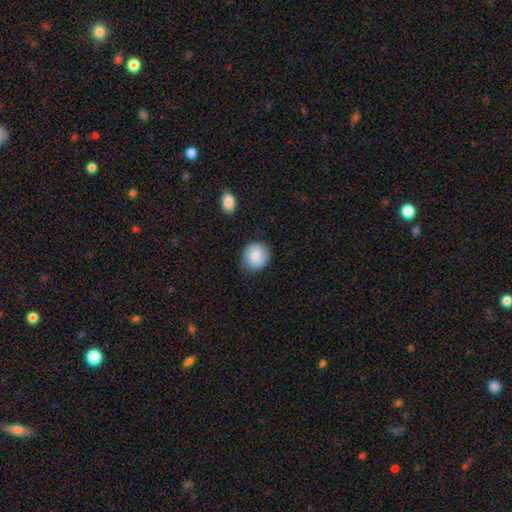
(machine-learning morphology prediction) smooth-or-featured: smooth: 75% | featured or disk: 18% | star or artifact: 7%
  how-rounded: round: 84% | in between: 15% | cigar-shaped: 1%
  merging: none: 76% | minor disturbance: 18% | major disturbance: 4% | merger: 2%